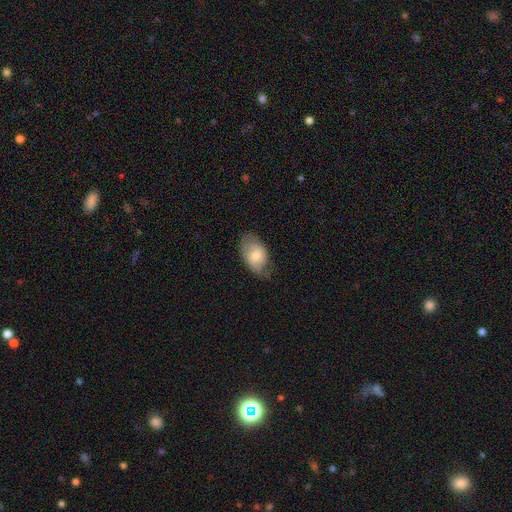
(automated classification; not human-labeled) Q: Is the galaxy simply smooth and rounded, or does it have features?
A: smooth — 65%.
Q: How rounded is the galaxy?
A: in between — 89%.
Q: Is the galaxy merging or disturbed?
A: none — 62%.